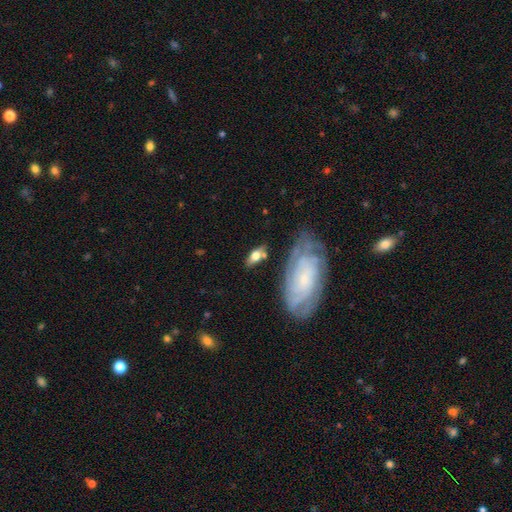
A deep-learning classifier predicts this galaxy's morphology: Smooth or featured?
  - smooth: 55% *
  - featured or disk: 38%
  - star or artifact: 7%
How rounded?
  - in between: 79% *
  - cigar-shaped: 13%
  - round: 8%
Merging?
  - none: 65% *
  - minor disturbance: 18%
  - merger: 9%
  - major disturbance: 7%